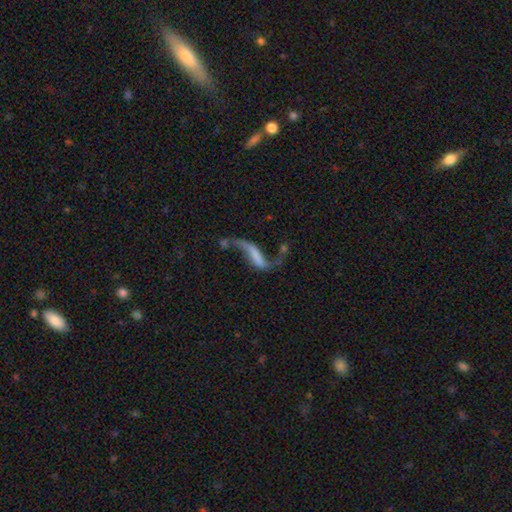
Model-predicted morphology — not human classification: Smooth or featured?
  - featured or disk: 70% *
  - smooth: 21%
  - star or artifact: 9%
Edge-on disk?
  - no: 89% *
  - yes: 11%
Bar?
  - strong: 41% *
  - no: 33%
  - weak: 26%
Spiral arms?
  - yes: 82% *
  - no: 18%
Spiral winding?
  - loose: 95% *
  - medium: 4%
  - tight: 2%
Spiral arm count?
  - 2: 86% *
  - 1: 9%
  - can't tell: 2%
  - 3: 1%
  - 4: 1%
  - more than 4: 1%
Bulge size?
  - none: 68% *
  - small: 15%
  - moderate: 8%
  - large: 5%
  - dominant: 3%
Merging?
  - none: 39% *
  - major disturbance: 24%
  - minor disturbance: 19%
  - merger: 18%